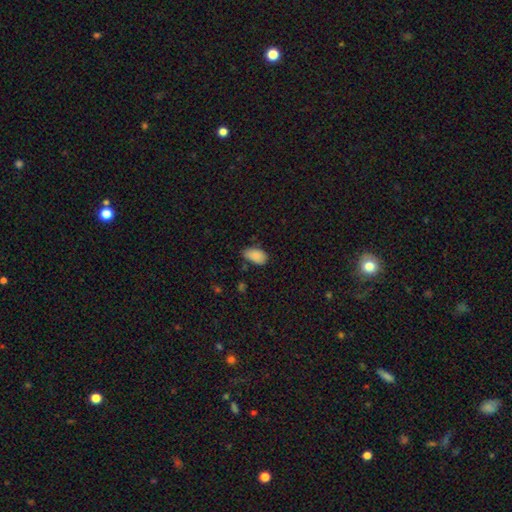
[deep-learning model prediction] Smooth or featured?
  - smooth: 87% *
  - star or artifact: 8%
  - featured or disk: 5%
How rounded?
  - in between: 93% *
  - round: 6%
  - cigar-shaped: 2%
Merging?
  - none: 63% *
  - minor disturbance: 29%
  - major disturbance: 5%
  - merger: 3%